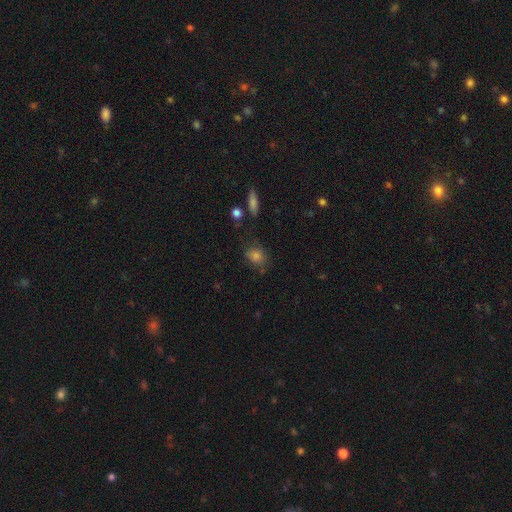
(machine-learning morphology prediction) smooth 73%, star or artifact 14%, featured or disk 13%. Down the decision tree: how rounded — in between (53%); merging — none (63%).